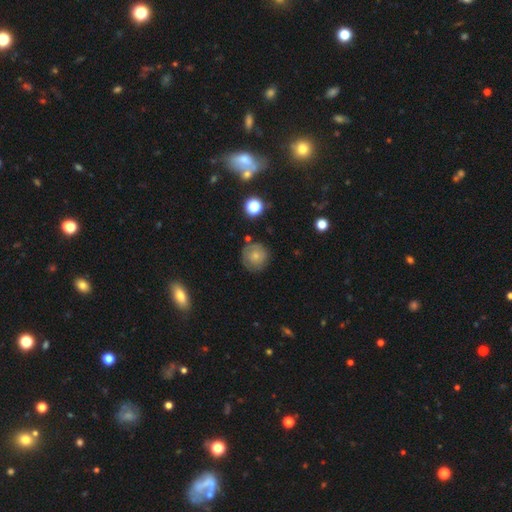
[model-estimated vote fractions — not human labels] Q: Smooth or featured?
A: smooth (58%); runner-up: featured or disk (32%)
Q: How rounded?
A: round (92%); runner-up: in between (7%)
Q: Merging?
A: none (77%); runner-up: minor disturbance (15%)